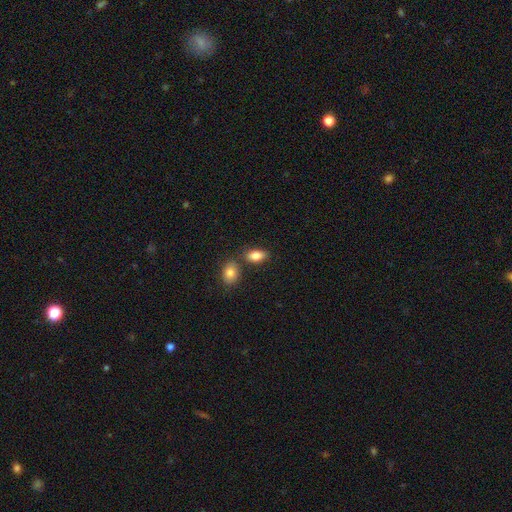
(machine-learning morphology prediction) This appears to be a smooth galaxy with no disk features (83%) that is in between round and cigar-shaped (90%). Merging: none (70%).